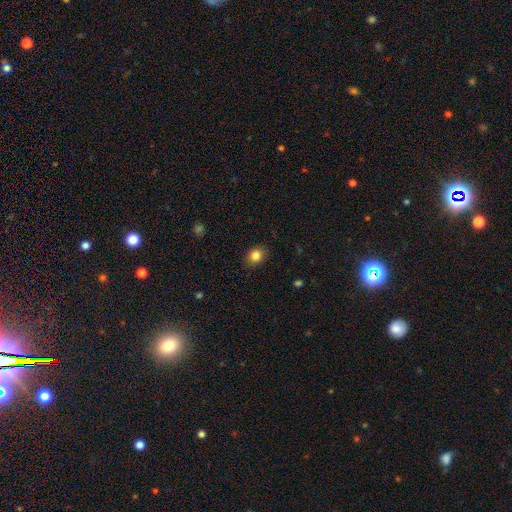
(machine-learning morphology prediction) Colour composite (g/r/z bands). It shows a smooth galaxy with no disk features (83%) that is round (63%). Merging: none (85%).